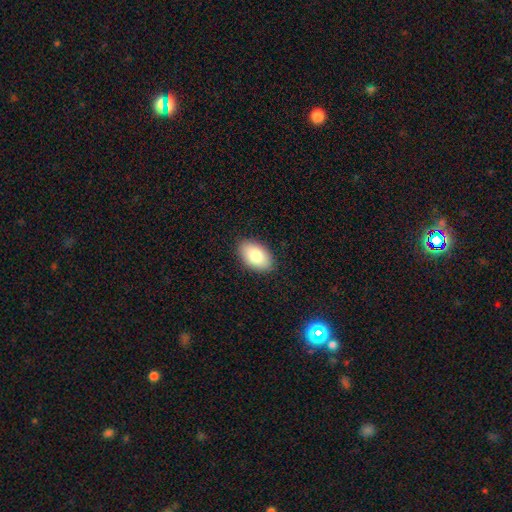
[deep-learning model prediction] smooth 85%, featured or disk 8%, star or artifact 6%. Down the decision tree: how rounded — in between (94%); merging — none (88%).